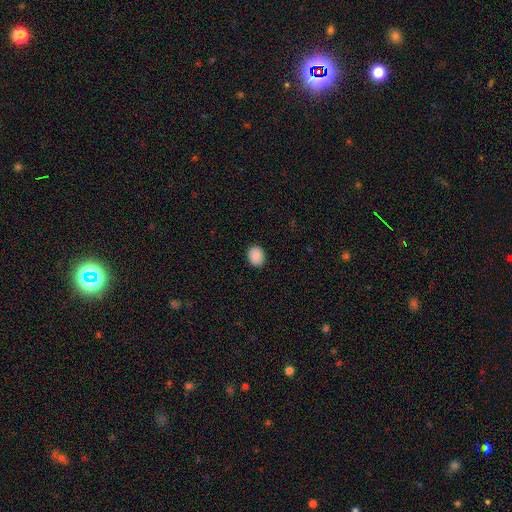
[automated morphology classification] Smooth or featured? smooth (90%)
How rounded? round (50%, tied with in between)
Merging? none (90%)